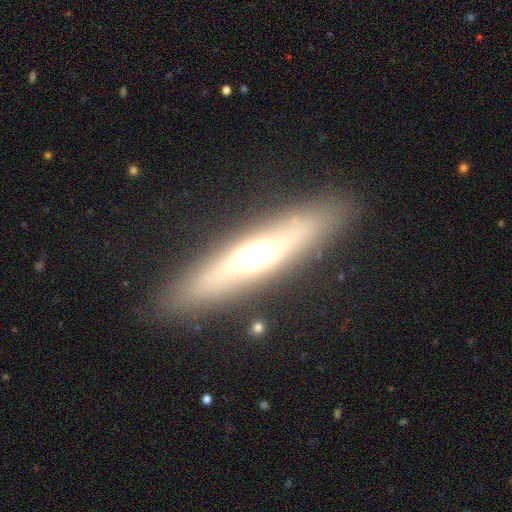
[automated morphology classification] Smooth or featured: featured or disk — 56% (smooth — 36%)
Edge-on disk: yes — 71% (no — 29%)
Merging: none — 86% (minor disturbance — 9%)